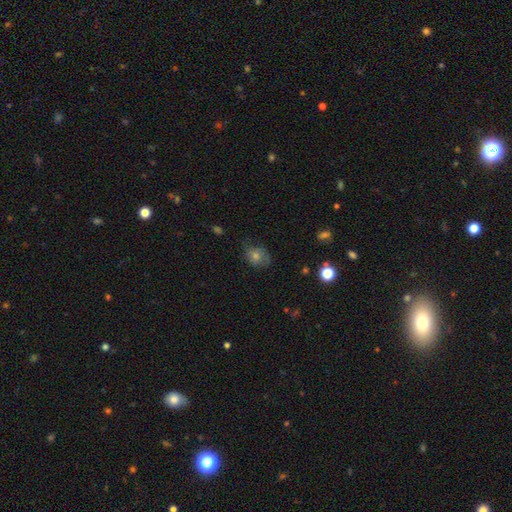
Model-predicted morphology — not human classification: A smooth galaxy with no disk features (55%) that is round (59%). Merging: none (64%).